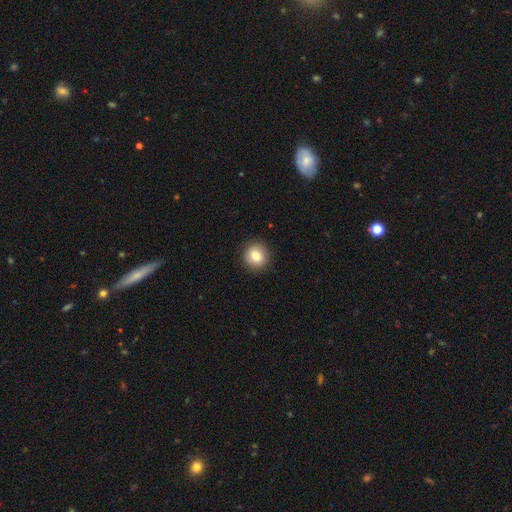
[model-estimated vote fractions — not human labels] smooth 81%, featured or disk 10%, star or artifact 9%. Down the decision tree: how rounded — round (88%); merging — none (90%).